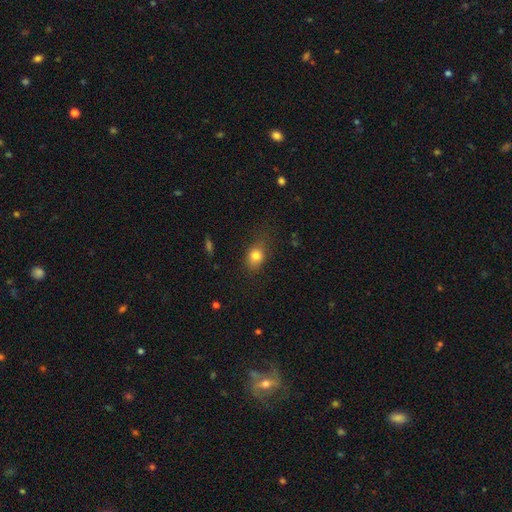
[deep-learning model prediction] smooth 80%, star or artifact 11%, featured or disk 9%. Down the decision tree: how rounded — in between (59%); merging — none (68%).